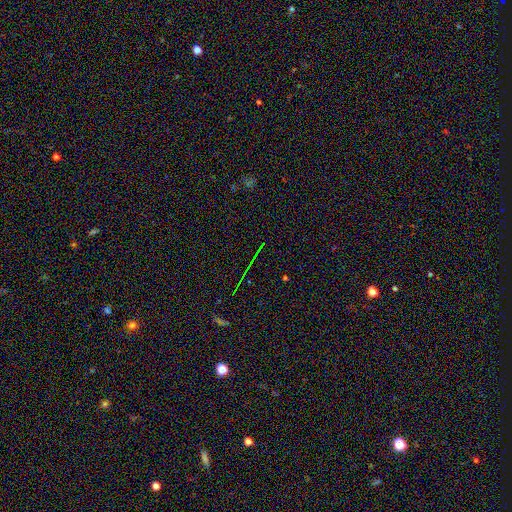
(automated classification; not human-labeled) smooth_or_featured: star or artifact (p=0.78) [alt: smooth p=0.14]